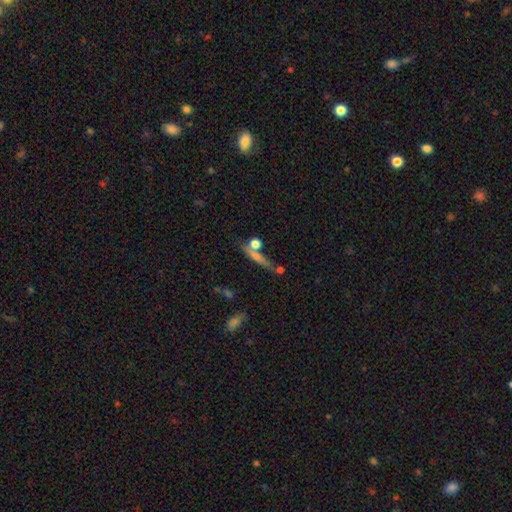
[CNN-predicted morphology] Smooth or featured? smooth (42%)
Merging? none (65%)